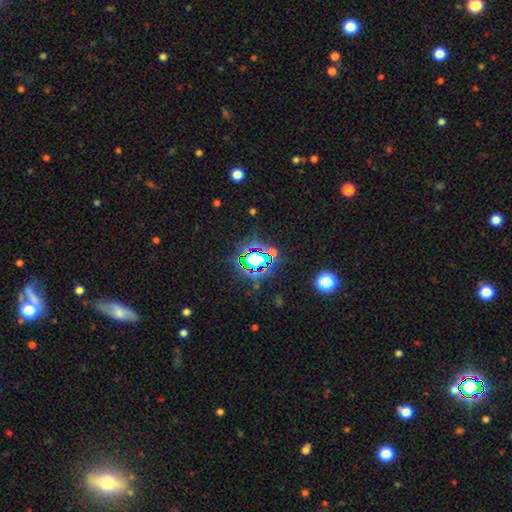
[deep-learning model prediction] Morphology: type=star or artifact (69%).